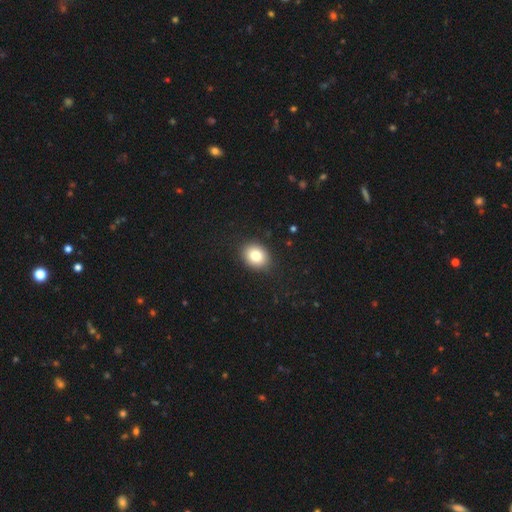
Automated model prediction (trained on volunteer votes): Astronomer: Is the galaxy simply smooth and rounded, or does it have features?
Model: smooth — 82%.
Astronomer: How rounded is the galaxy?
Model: round — 55% (runner-up: in between, 44%).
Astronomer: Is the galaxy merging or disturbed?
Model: none — 89%.